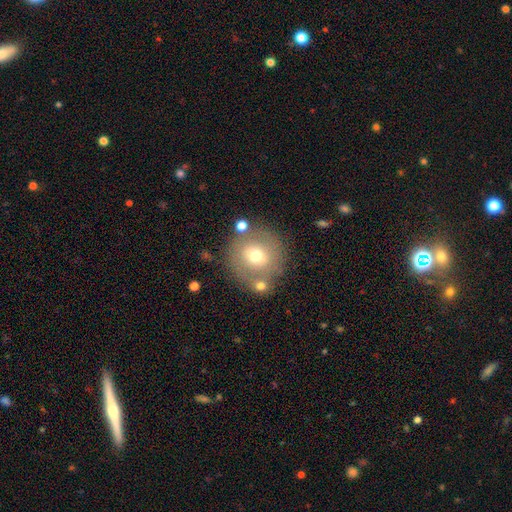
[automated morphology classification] This is possibly a smooth galaxy (57%). How rounded: clearly round (90%). Merging: likely none (75%).